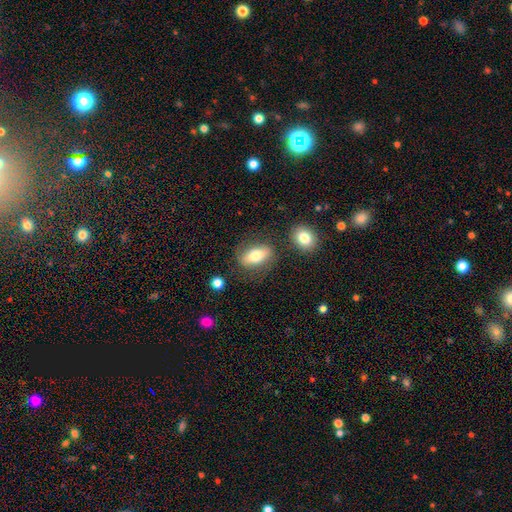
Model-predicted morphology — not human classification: Smooth or featured: smooth — 70% (featured or disk — 23%)
How rounded: in between — 84% (round — 8%)
Merging: none — 73% (minor disturbance — 15%)